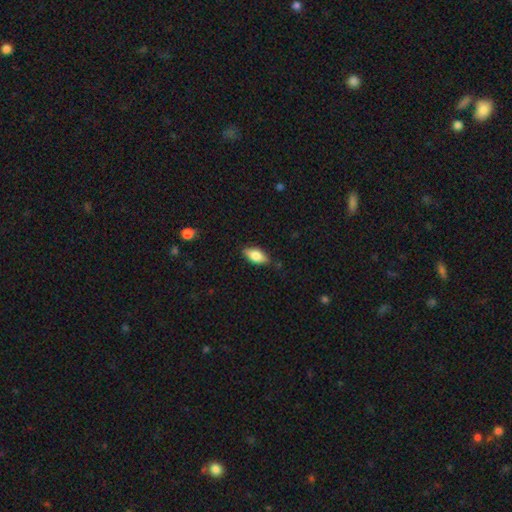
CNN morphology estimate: Smooth or featured? smooth (77%)
How rounded? in between (87%)
Merging? none (82%)